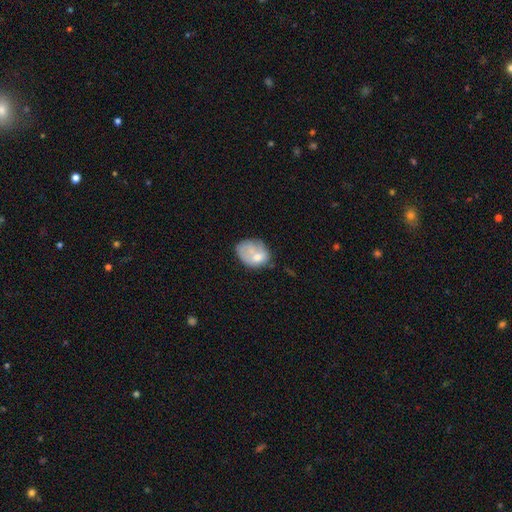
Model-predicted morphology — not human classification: This appears to be a smooth galaxy with no disk features (61%) that is in between round and cigar-shaped (65%). Merging: none (33%).